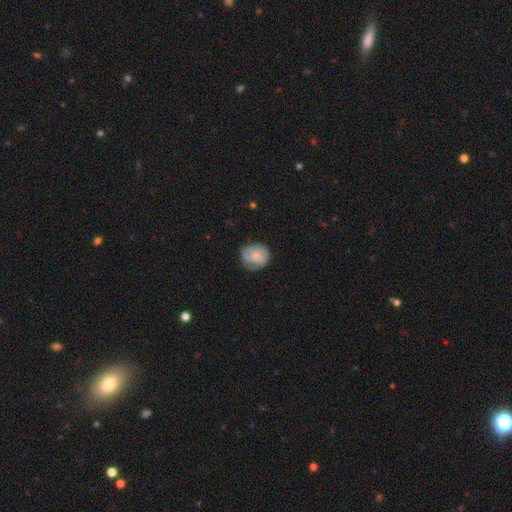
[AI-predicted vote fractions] Morphology: type=smooth (62%); roundness=round (75%); merging=none (64%).